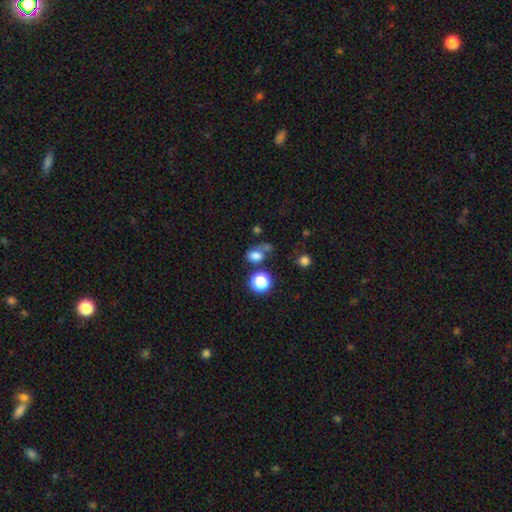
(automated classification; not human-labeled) Overall: smooth (75%). How rounded: in between (62%; round 36%). Merging: none (49%; minor disturbance 21%).